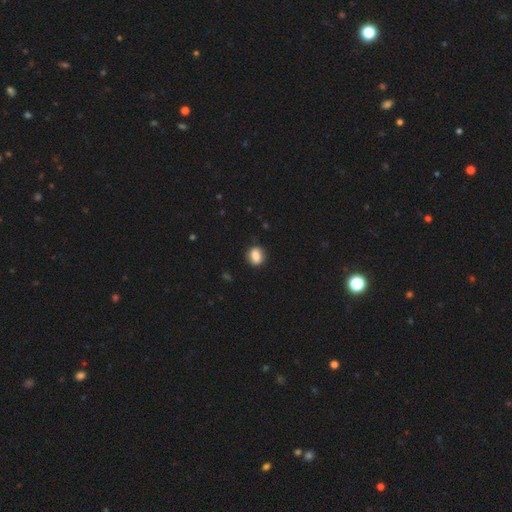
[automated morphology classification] Smooth or featured?
  - smooth: 82% *
  - featured or disk: 10%
  - star or artifact: 8%
How rounded?
  - round: 51% *
  - in between: 48%
  - cigar-shaped: 2%
Merging?
  - none: 85% *
  - minor disturbance: 11%
  - major disturbance: 3%
  - merger: 1%